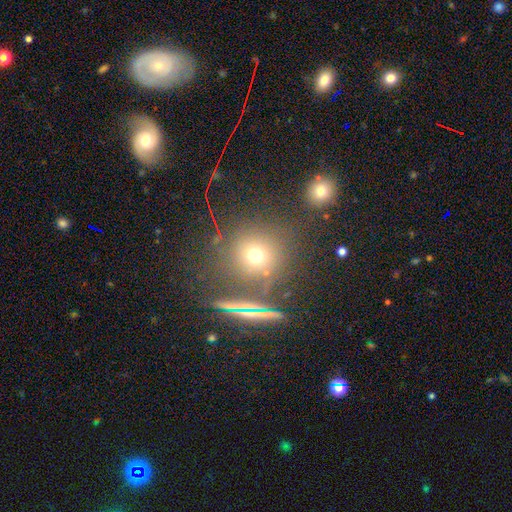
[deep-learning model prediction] Q: Smooth or featured?
A: smooth (63%); runner-up: star or artifact (26%)
Q: How rounded?
A: round (89%); runner-up: in between (9%)
Q: Merging?
A: none (79%); runner-up: minor disturbance (10%)